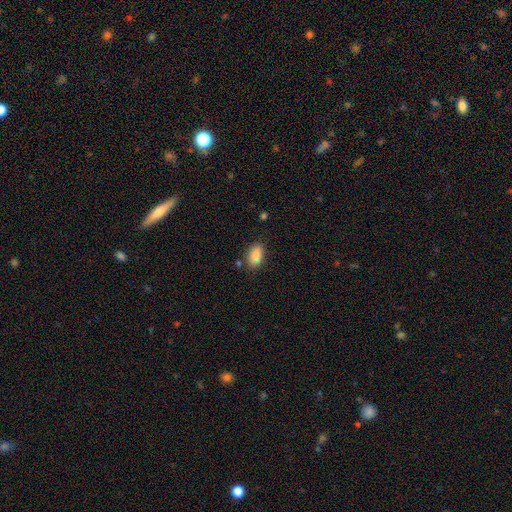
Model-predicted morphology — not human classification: Q: Smooth or featured?
A: smooth (88%); runner-up: star or artifact (8%)
Q: How rounded?
A: in between (91%); runner-up: round (6%)
Q: Merging?
A: none (78%); runner-up: minor disturbance (15%)